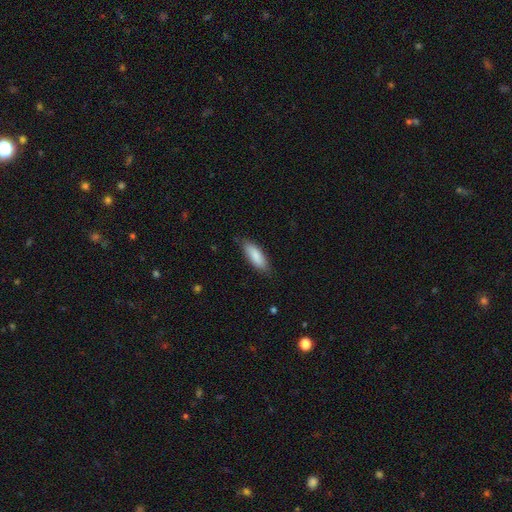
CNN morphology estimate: Smooth or featured: smooth — 86% (featured or disk — 8%)
How rounded: in between — 62% (cigar-shaped — 37%)
Merging: none — 79% (minor disturbance — 17%)